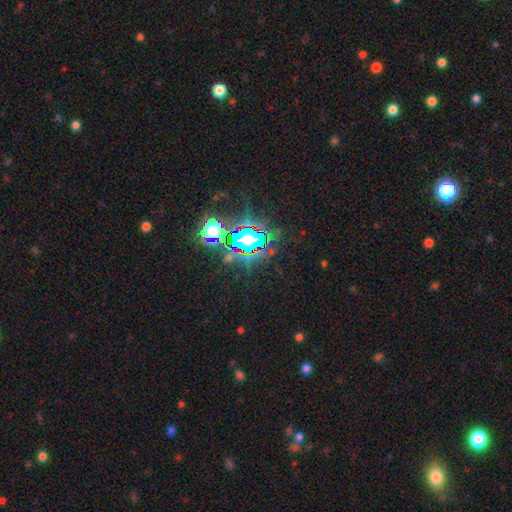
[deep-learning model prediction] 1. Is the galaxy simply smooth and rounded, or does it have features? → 77% star or artifact, 12% smooth, 10% featured or disk.